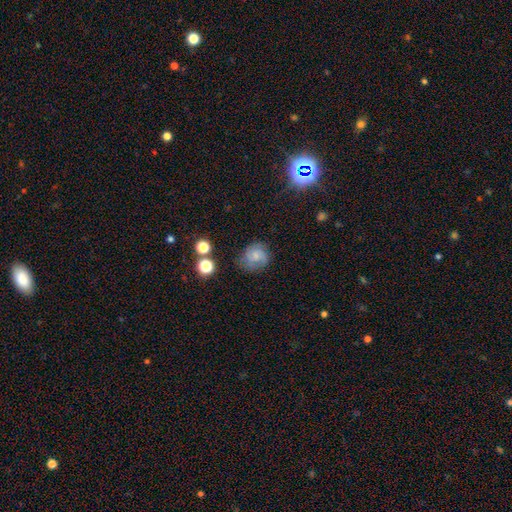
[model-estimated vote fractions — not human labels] Smooth or featured: smooth — 51% (featured or disk — 38%)
How rounded: round — 75% (in between — 24%)
Merging: none — 64% (minor disturbance — 24%)